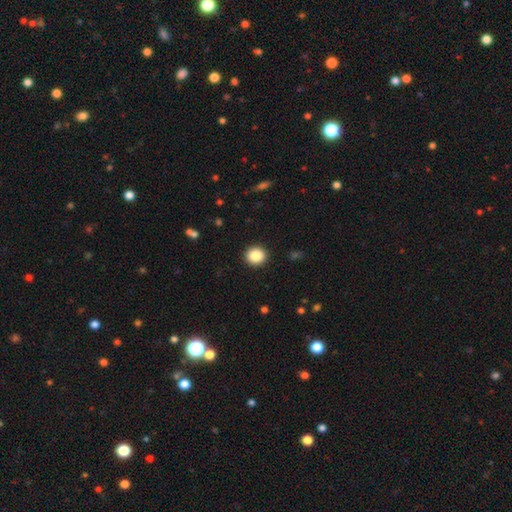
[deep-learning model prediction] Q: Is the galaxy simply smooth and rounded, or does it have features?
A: smooth — 88%.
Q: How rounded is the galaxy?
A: round — 86%.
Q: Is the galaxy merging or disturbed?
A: none — 92%.